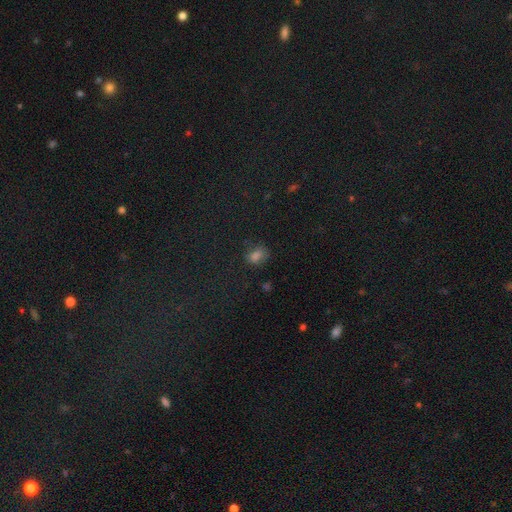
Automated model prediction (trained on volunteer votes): Morphology: type=smooth (64%); roundness=in between (64%); merging=none (66%).